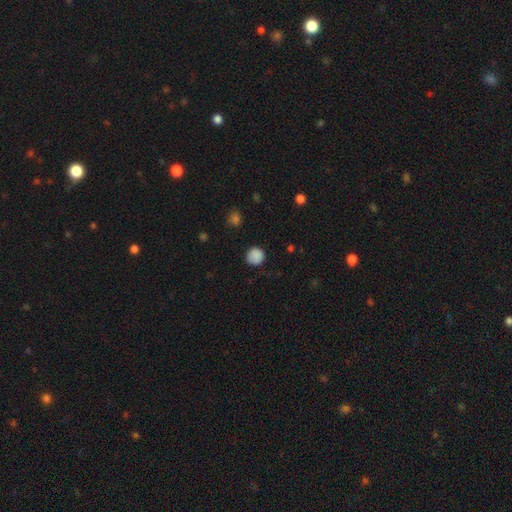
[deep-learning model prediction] A smooth galaxy with no disk features (87%) that is round (90%).

Vote fractions:
- Smooth or featured? smooth: 87% / star or artifact: 9% / featured or disk: 4%
- How rounded? round: 90% / in between: 9% / cigar-shaped: 1%
- Merging? none: 82% / minor disturbance: 14% / major disturbance: 3% / merger: 1%